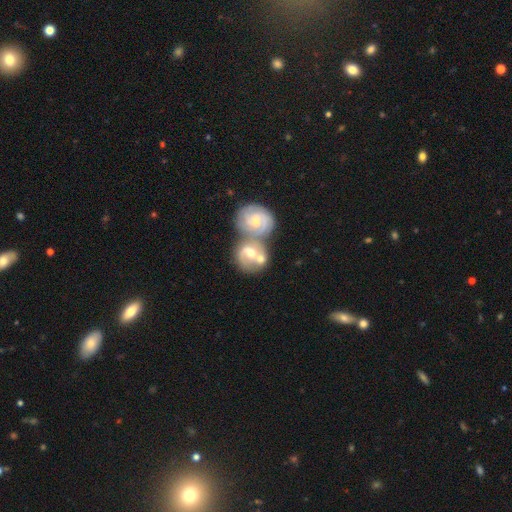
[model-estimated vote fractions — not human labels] A featured or disk galaxy (71%) with no bar (49%), 2 (46%) tight (49%) spiral arms (87%) and a moderate central bulge (66%). Merging: merger (67%).